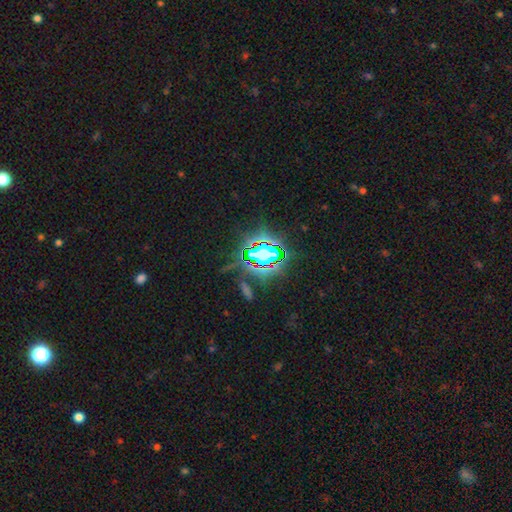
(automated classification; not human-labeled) Overall: star or artifact (83%).